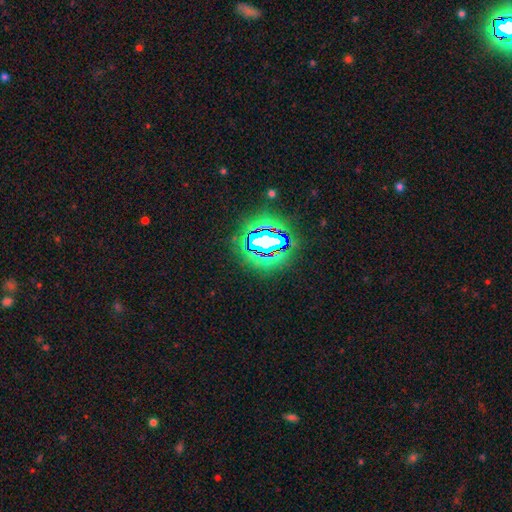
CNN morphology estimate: smooth-or-featured: star or artifact: 81% | smooth: 12% | featured or disk: 7%